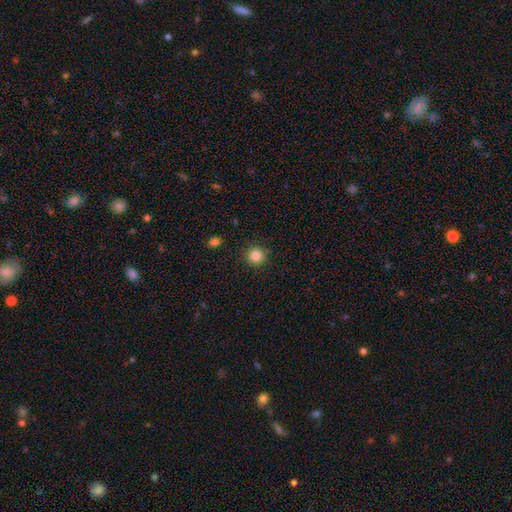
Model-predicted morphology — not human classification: Smooth or featured? Predicted: smooth (p=0.85). How rounded? Predicted: round (p=0.93). Merging? Predicted: none (p=0.91).